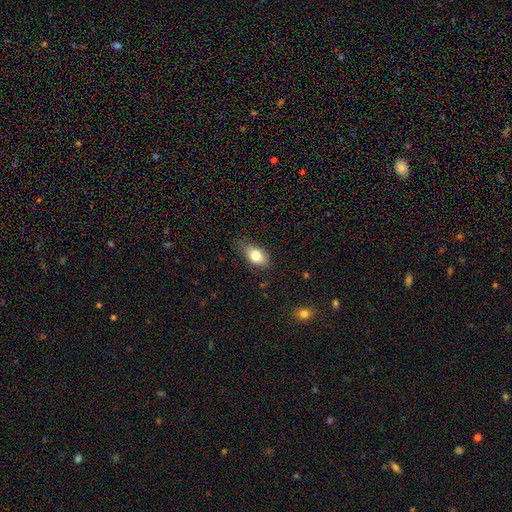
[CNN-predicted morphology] Smooth or featured: smooth — 80% (featured or disk — 12%)
How rounded: in between — 87% (round — 9%)
Merging: none — 68% (minor disturbance — 26%)